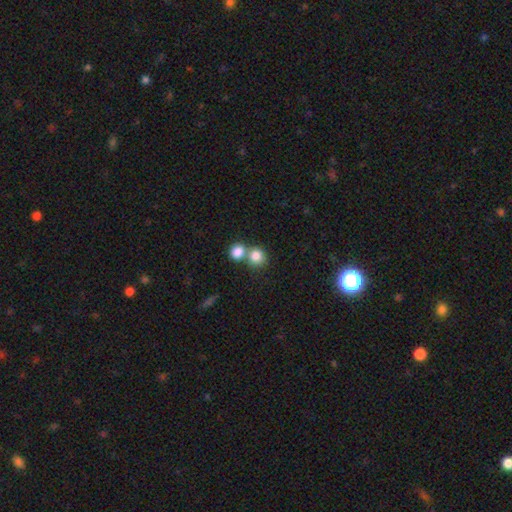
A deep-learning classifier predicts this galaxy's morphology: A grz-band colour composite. It shows a smooth galaxy with no disk features (82%) that is round (84%). Merging: merger (47%).